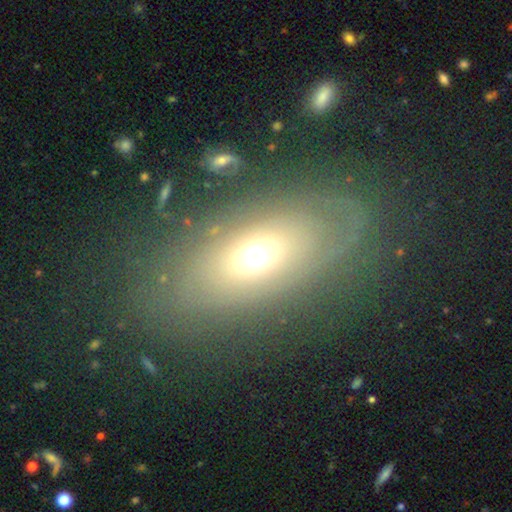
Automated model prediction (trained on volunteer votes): Smooth or featured?
  - smooth: 58% *
  - featured or disk: 24%
  - star or artifact: 18%
How rounded?
  - in between: 78% *
  - round: 18%
  - cigar-shaped: 5%
Merging?
  - none: 71% *
  - minor disturbance: 14%
  - major disturbance: 11%
  - merger: 4%